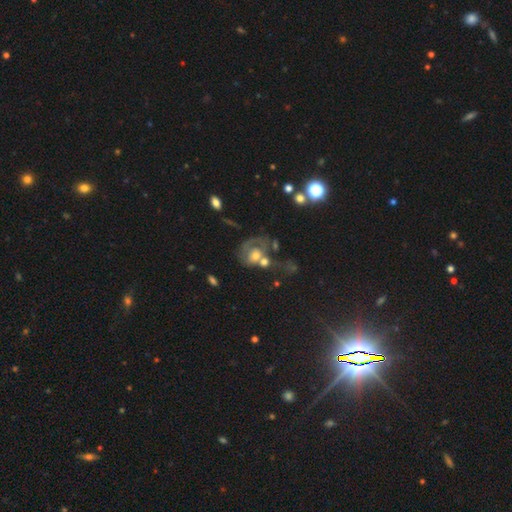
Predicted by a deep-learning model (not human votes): smooth-or-featured: featured or disk: 58% | smooth: 32% | star or artifact: 10%
  disk-edge-on: no: 96% | yes: 4%
    bar: no: 79% | weak: 17% | strong: 4%
    has-spiral-arms: yes: 55% | no: 45%
    bulge-size: moderate: 56% | small: 21% | large: 15% | none: 5% | dominant: 2%
  merging: merger: 40% | major disturbance: 24% | none: 23% | minor disturbance: 13%